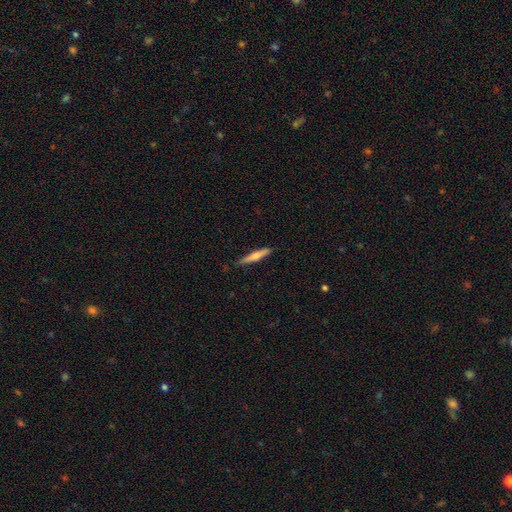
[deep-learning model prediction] smooth 58%, featured or disk 37%, star or artifact 6%. Down the decision tree: how rounded — cigar-shaped (91%); merging — none (85%).